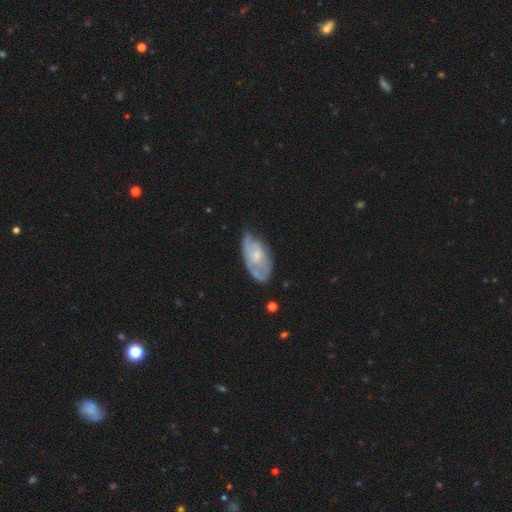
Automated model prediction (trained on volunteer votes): Morphology: type=featured or disk (63%); edge-on=no (93%); bar=no (74%); spiral arms=yes (71%); bulge=small (54%); merging=none (54%).